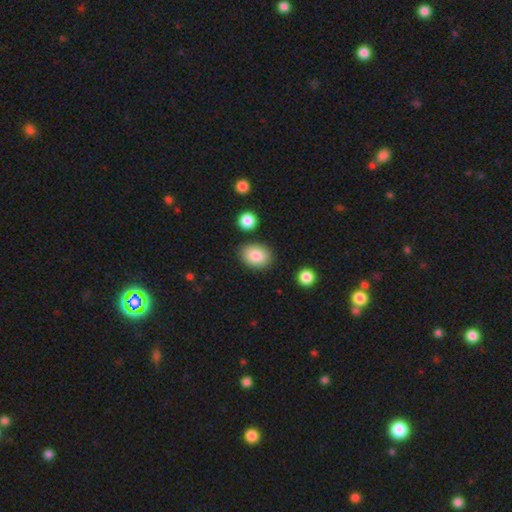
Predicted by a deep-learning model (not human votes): Q: Smooth or featured?
A: smooth (86%); runner-up: star or artifact (7%)
Q: How rounded?
A: in between (74%); runner-up: round (25%)
Q: Merging?
A: none (83%); runner-up: minor disturbance (10%)